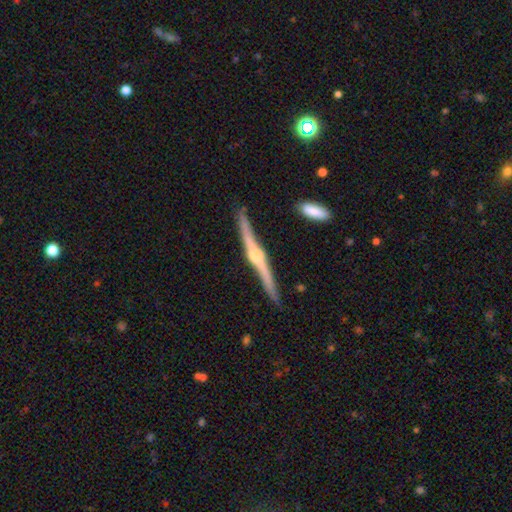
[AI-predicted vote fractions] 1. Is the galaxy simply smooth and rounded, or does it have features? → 86% featured or disk, 9% smooth, 5% star or artifact.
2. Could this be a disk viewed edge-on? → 97% yes, 3% no.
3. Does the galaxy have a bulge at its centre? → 91% rounded, 5% none, 5% boxy.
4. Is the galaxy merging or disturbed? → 86% none, 10% minor disturbance, 2% major disturbance, 2% merger.